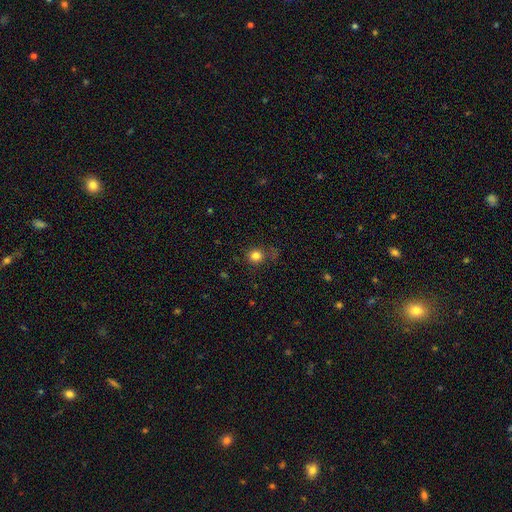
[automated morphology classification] Smooth or featured: smooth — 81% (star or artifact — 13%)
How rounded: round — 89% (in between — 10%)
Merging: none — 79% (minor disturbance — 13%)